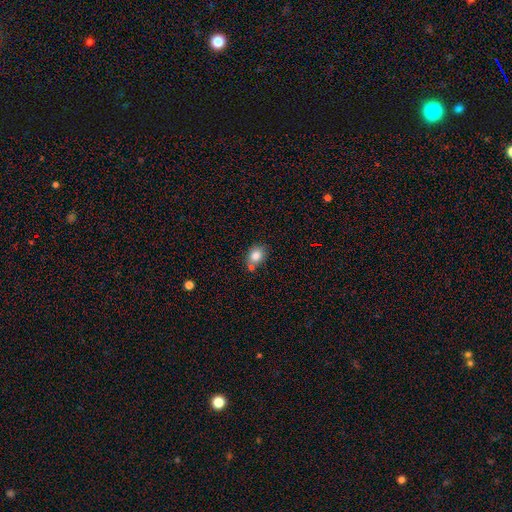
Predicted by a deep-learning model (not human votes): Smooth or featured: smooth — 82% (star or artifact — 9%)
How rounded: in between — 51% (round — 48%)
Merging: none — 58% (merger — 23%)